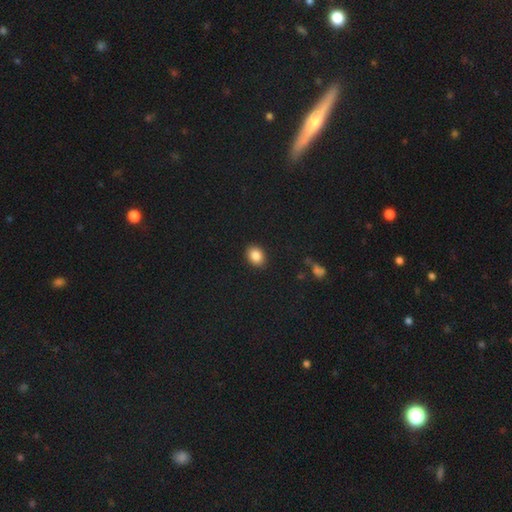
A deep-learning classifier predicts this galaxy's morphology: type=smooth (86%); roundness=in between (59%); merging=none (90%).